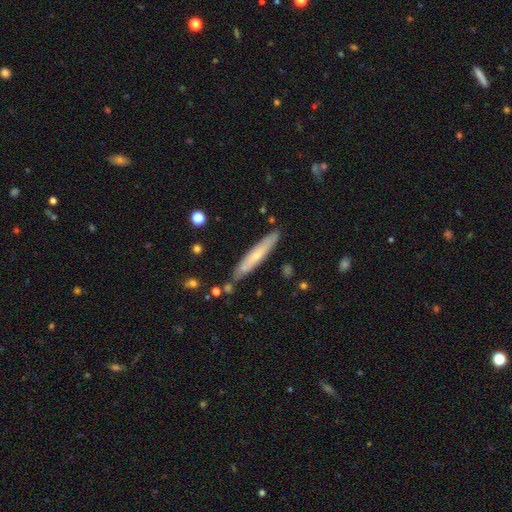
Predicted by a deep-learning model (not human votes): Smooth or featured? smooth (49%)
Merging? none (79%)